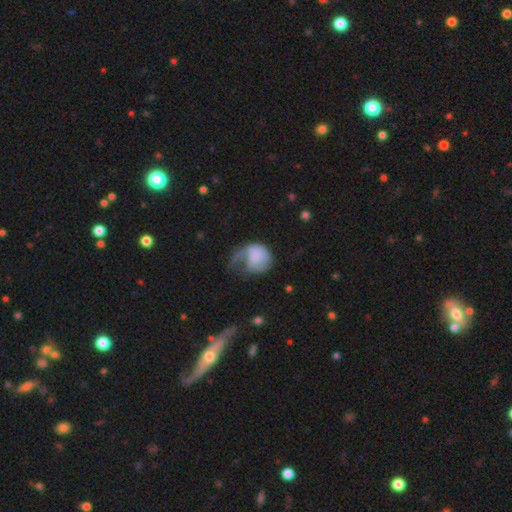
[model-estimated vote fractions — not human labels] This is possibly a smooth galaxy (51%). How rounded: possibly round (52%). Merging: possibly major disturbance (55%).